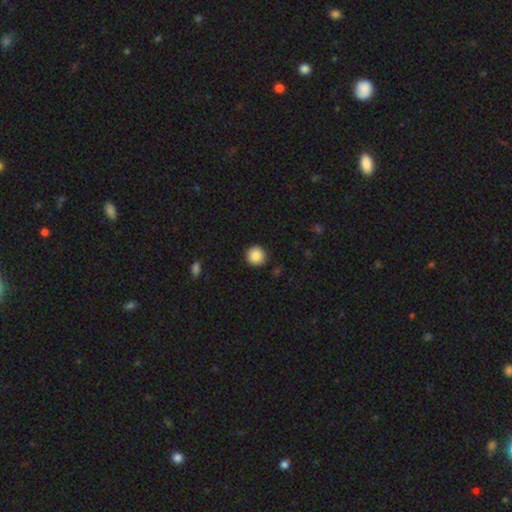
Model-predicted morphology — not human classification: This is clearly a smooth galaxy (88%). How rounded: clearly round (94%). Merging: clearly none (91%).